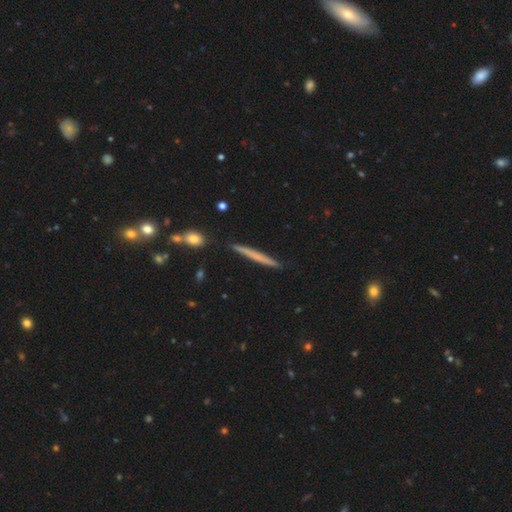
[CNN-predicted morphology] smooth 56%, featured or disk 38%, star or artifact 6%. Down the decision tree: how rounded — cigar-shaped (97%); merging — none (90%).